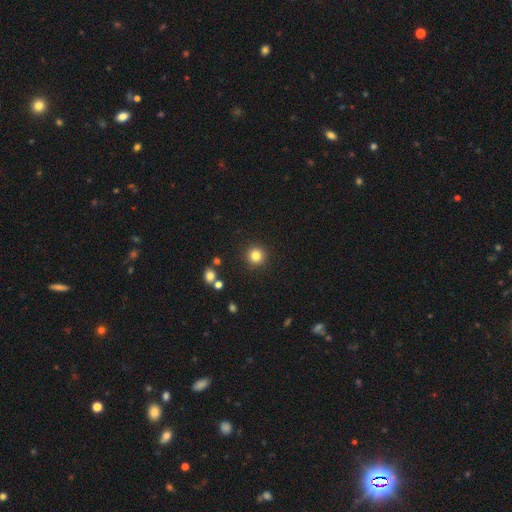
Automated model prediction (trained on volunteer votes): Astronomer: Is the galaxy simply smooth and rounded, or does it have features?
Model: smooth — 82%.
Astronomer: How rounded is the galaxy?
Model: round — 94%.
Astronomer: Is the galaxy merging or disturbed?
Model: none — 91%.